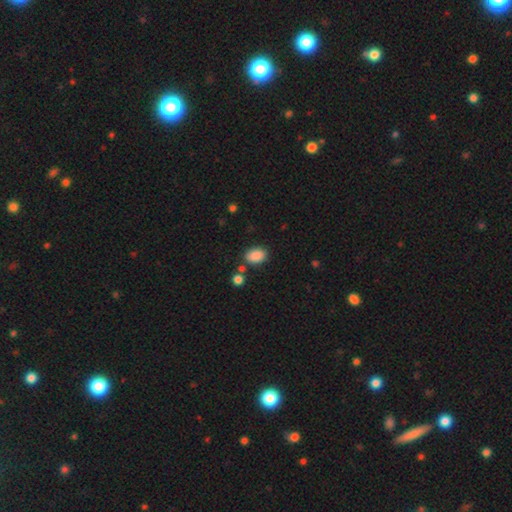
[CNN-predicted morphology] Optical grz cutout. It shows a smooth galaxy with no disk features (88%) that is in between round and cigar-shaped (83%). Merging: none (78%).